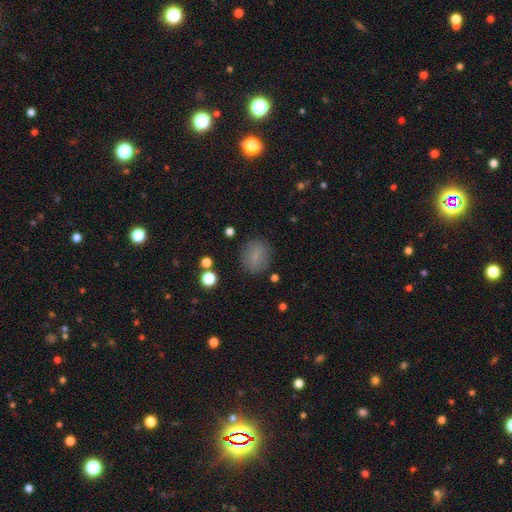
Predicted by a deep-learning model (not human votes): A smooth galaxy with no disk features (77%) that is round (77%).

Vote fractions:
- Smooth or featured? smooth: 77% / star or artifact: 12% / featured or disk: 11%
- How rounded? round: 77% / in between: 22% / cigar-shaped: 1%
- Merging? none: 85% / minor disturbance: 10% / major disturbance: 3% / merger: 2%